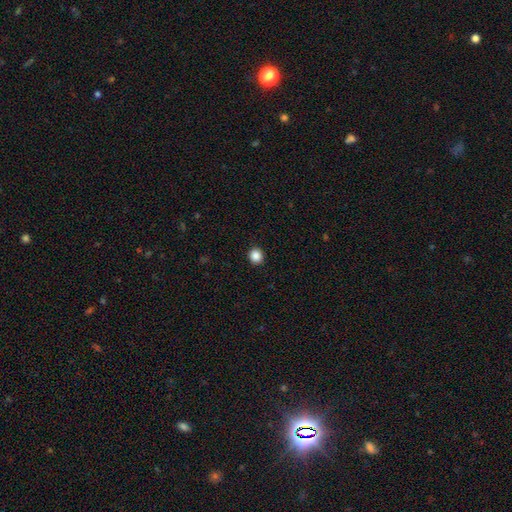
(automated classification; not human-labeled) smooth_or_featured: smooth (p=0.87) [alt: star or artifact p=0.10]
how_rounded: round (p=0.90) [alt: in between p=0.09]
merging: none (p=0.93) [alt: minor disturbance p=0.05]